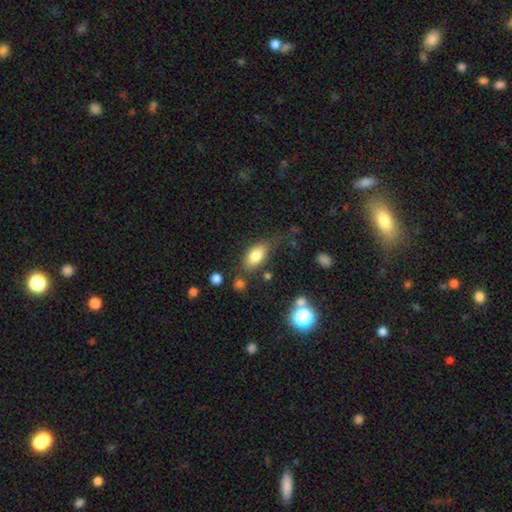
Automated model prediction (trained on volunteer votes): Smooth or featured? smooth (79%)
How rounded? in between (88%)
Merging? none (64%)